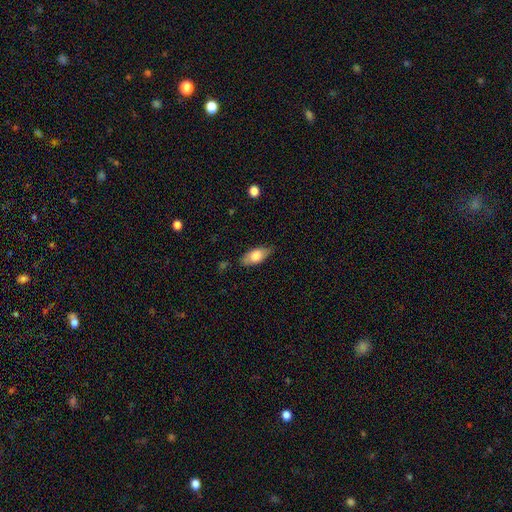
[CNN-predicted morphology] Overall: smooth (74%). How rounded: in between (86%). Merging: none (78%).